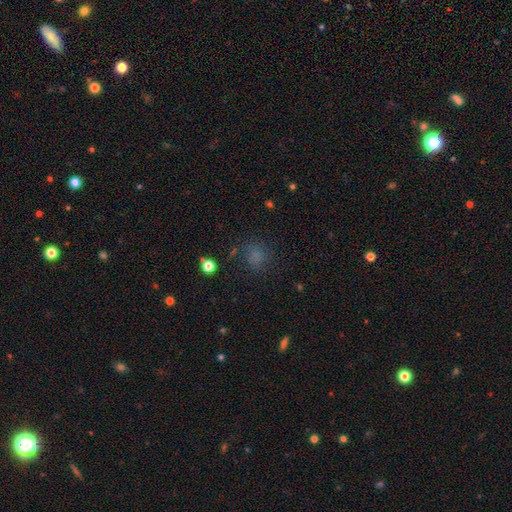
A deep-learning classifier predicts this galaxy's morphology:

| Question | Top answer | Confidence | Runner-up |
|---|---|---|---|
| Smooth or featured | smooth | 70% | star or artifact (22%) |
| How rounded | round | 78% | in between (21%) |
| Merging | none | 73% | minor disturbance (16%) |